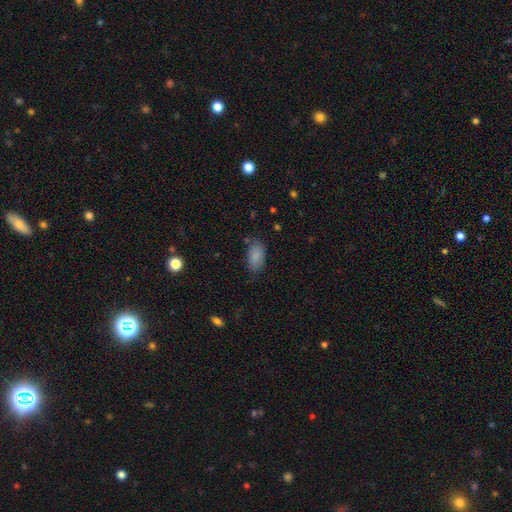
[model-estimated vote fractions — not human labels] Overall: smooth (87%). How rounded: in between (93%). Merging: none (74%).